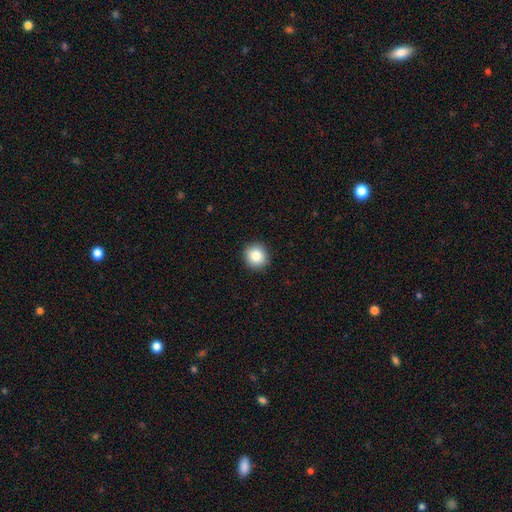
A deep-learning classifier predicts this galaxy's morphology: The model was most divided on "smooth or featured": smooth: 84%, star or artifact: 9%, featured or disk: 7%. More confident: merging — none (92%); how rounded — round (91%).